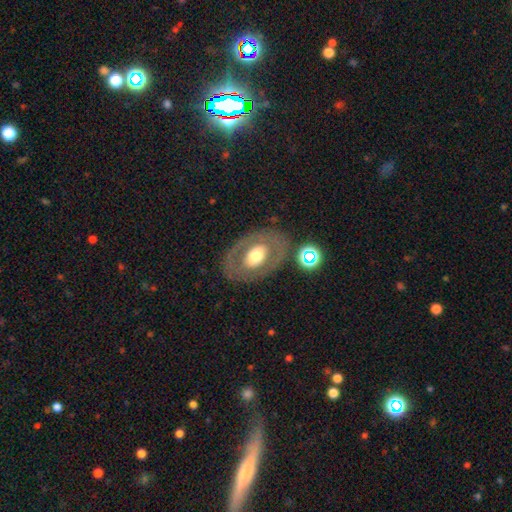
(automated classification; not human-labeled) A featured or disk galaxy (47%). Merging: none (80%).